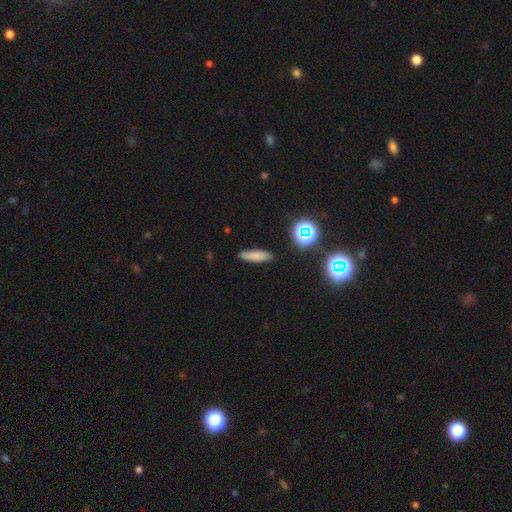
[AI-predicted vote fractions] Q: Smooth or featured?
A: smooth (75%); runner-up: star or artifact (14%)
Q: How rounded?
A: cigar-shaped (68%); runner-up: in between (29%)
Q: Merging?
A: none (84%); runner-up: minor disturbance (11%)